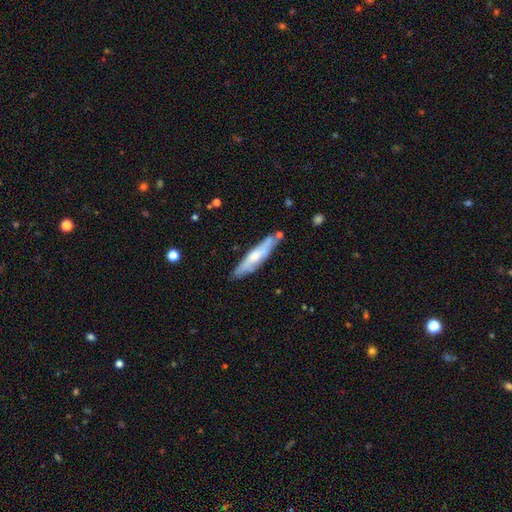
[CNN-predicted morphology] Q: Smooth or featured?
A: smooth (52%); runner-up: featured or disk (42%)
Q: How rounded?
A: cigar-shaped (83%); runner-up: in between (16%)
Q: Merging?
A: none (74%); runner-up: minor disturbance (17%)